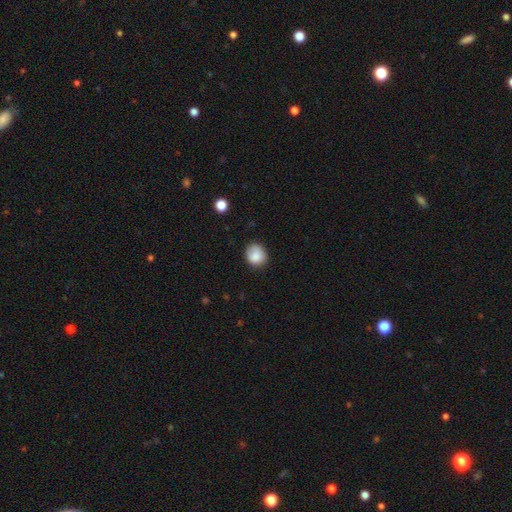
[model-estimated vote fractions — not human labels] smooth_or_featured: smooth (p=0.85) [alt: star or artifact p=0.09]
how_rounded: round (p=0.75) [alt: in between p=0.24]
merging: none (p=0.75) [alt: minor disturbance p=0.20]